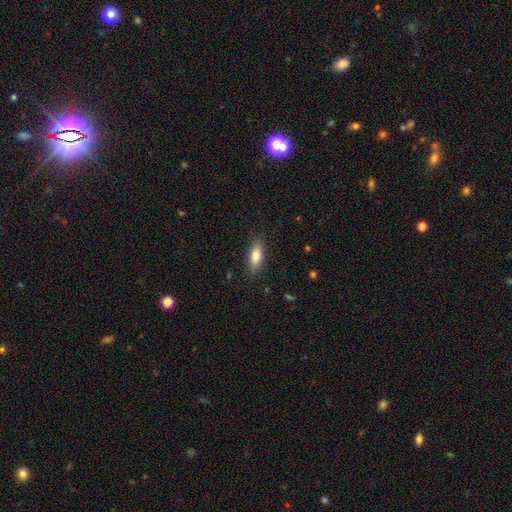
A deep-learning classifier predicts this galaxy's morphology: Smooth or featured? smooth (77%)
How rounded? in between (69%)
Merging? none (85%)